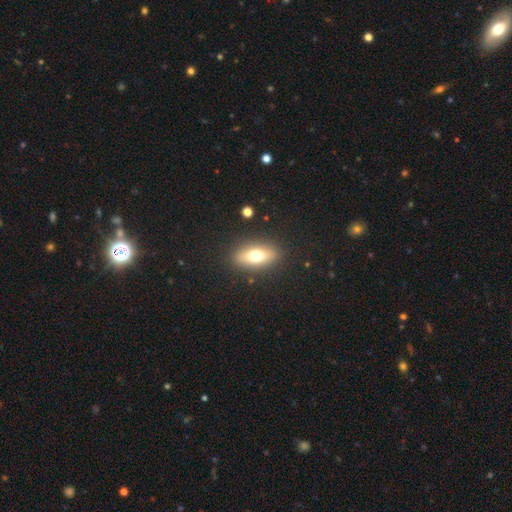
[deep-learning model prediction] This appears to be a smooth galaxy with no disk features (68%) that is in between round and cigar-shaped (79%). Merging: none (87%).